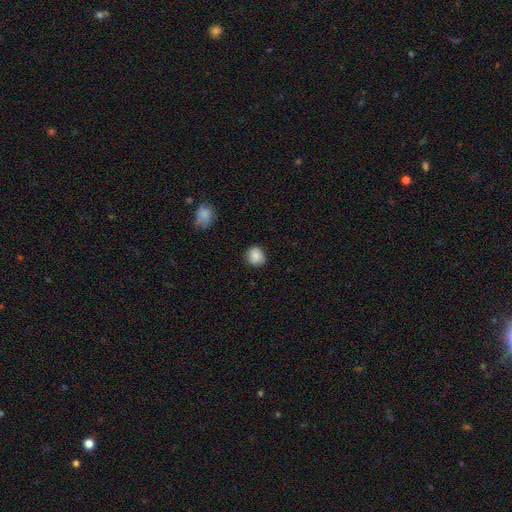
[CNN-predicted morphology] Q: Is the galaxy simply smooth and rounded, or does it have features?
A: smooth — 85%.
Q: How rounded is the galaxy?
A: round — 77%.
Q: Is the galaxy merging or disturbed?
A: none — 82%.